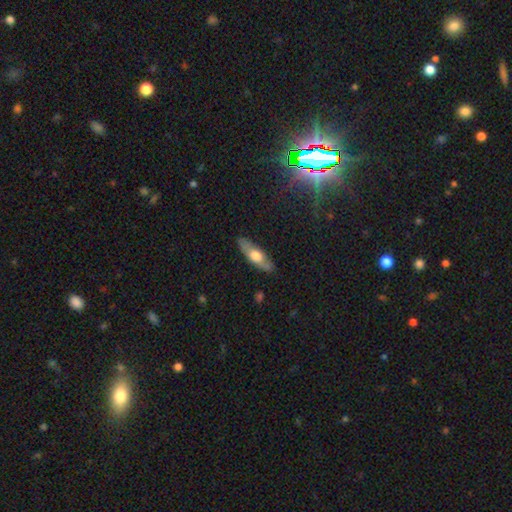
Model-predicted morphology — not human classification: A smooth galaxy with no disk features (52%) that is cigar-shaped (53%).

Vote fractions:
- Smooth or featured? smooth: 52% / featured or disk: 43% / star or artifact: 6%
- How rounded? cigar-shaped: 53% / in between: 44% / round: 3%
- Merging? none: 84% / minor disturbance: 12% / major disturbance: 3% / merger: 1%